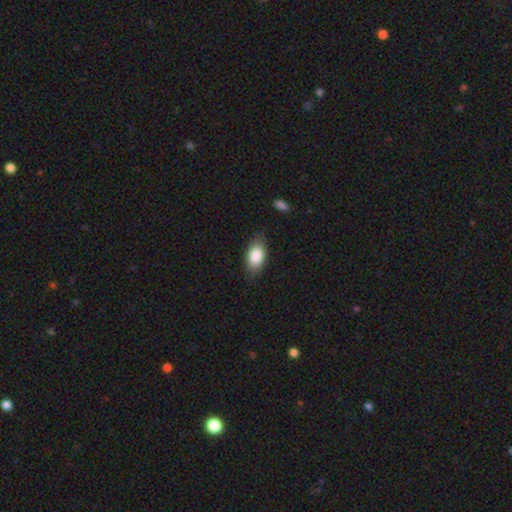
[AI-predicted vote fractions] Morphology: type=smooth (86%); roundness=in between (92%); merging=none (80%).